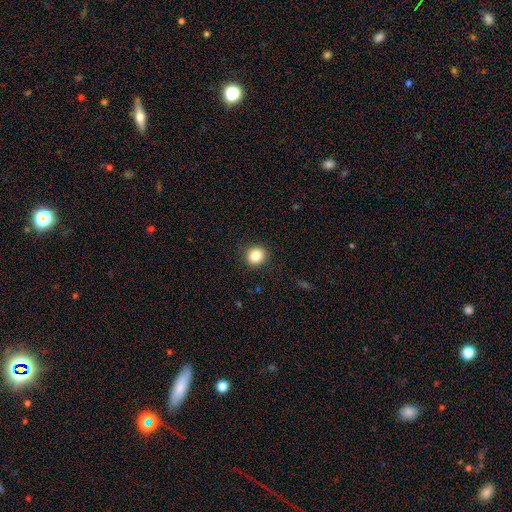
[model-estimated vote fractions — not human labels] A smooth galaxy with no disk features (85%) that is round (85%). Merging: none (90%).